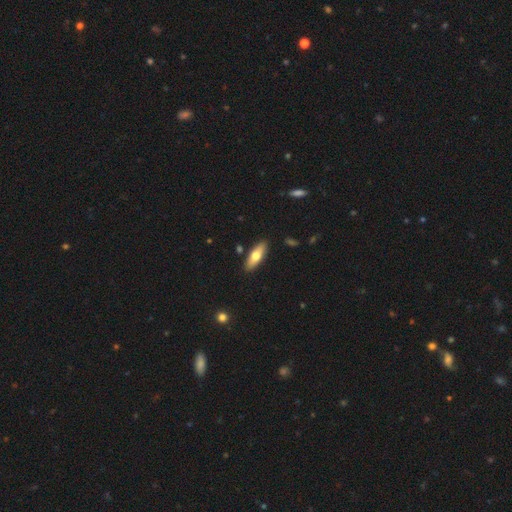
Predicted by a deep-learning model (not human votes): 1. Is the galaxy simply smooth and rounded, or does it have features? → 65% smooth, 29% featured or disk, 6% star or artifact.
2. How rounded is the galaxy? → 62% in between, 36% cigar-shaped, 2% round.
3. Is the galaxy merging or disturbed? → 87% none, 9% minor disturbance, 2% merger, 2% major disturbance.